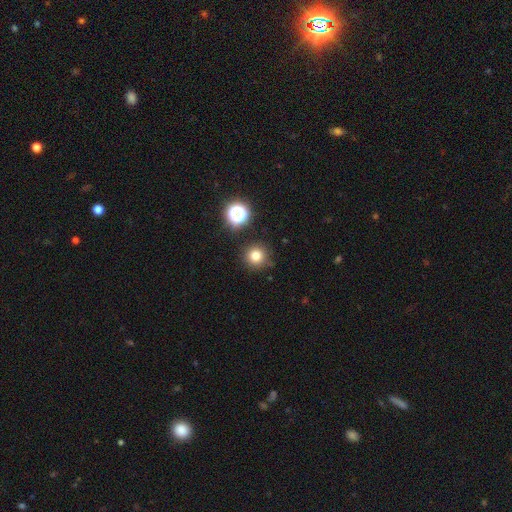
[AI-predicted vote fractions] Overall: smooth (77%). How rounded: round (95%). Merging: none (86%).